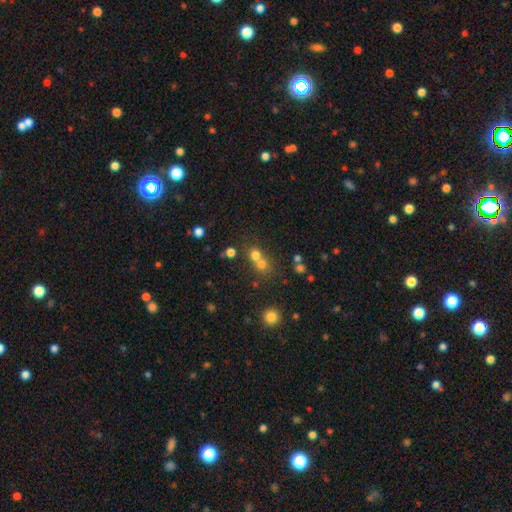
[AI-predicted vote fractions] A smooth galaxy with no disk features (69%) that is round (84%). Merging: merger (51%).